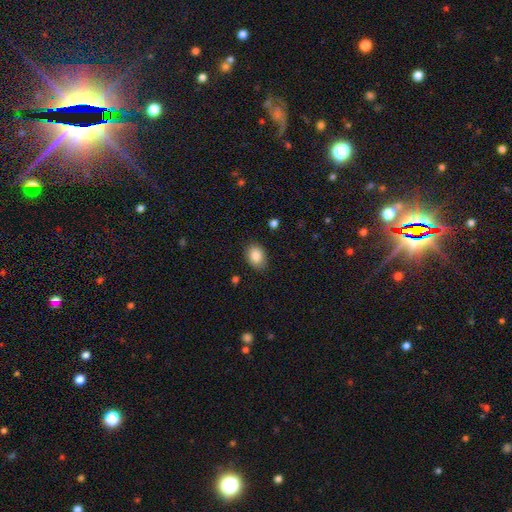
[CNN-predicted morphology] smooth 86%, star or artifact 8%, featured or disk 6%. Down the decision tree: how rounded — in between (73%); merging — none (84%).